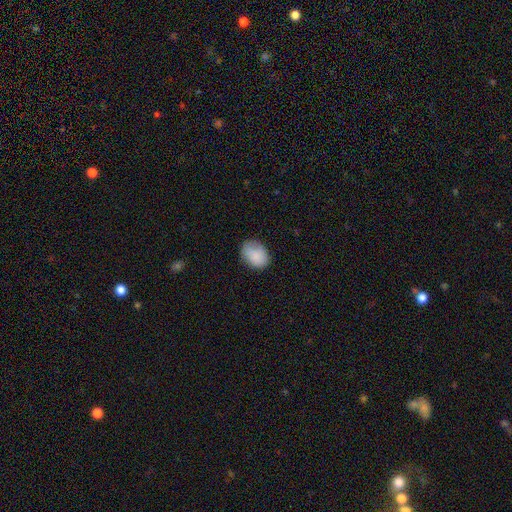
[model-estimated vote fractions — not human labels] Smooth or featured: smooth — 86% (star or artifact — 7%)
How rounded: in between — 71% (round — 28%)
Merging: none — 71% (minor disturbance — 22%)